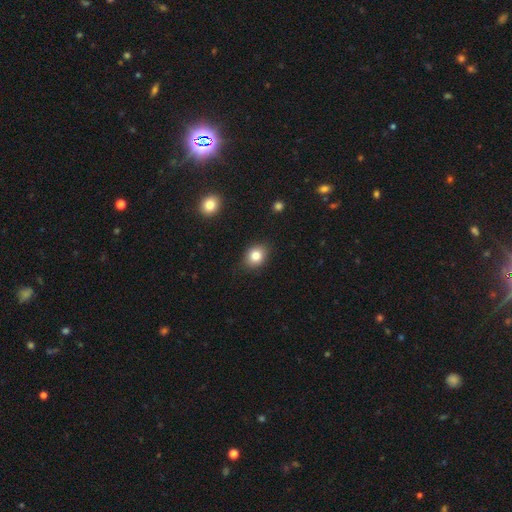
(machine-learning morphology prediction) A smooth galaxy with no disk features (83%) that is in between round and cigar-shaped (50%).

Vote fractions:
- Smooth or featured? smooth: 83% / star or artifact: 10% / featured or disk: 7%
- How rounded? in between: 50% / round: 49% / cigar-shaped: 1%
- Merging? none: 85% / minor disturbance: 11% / major disturbance: 2% / merger: 1%